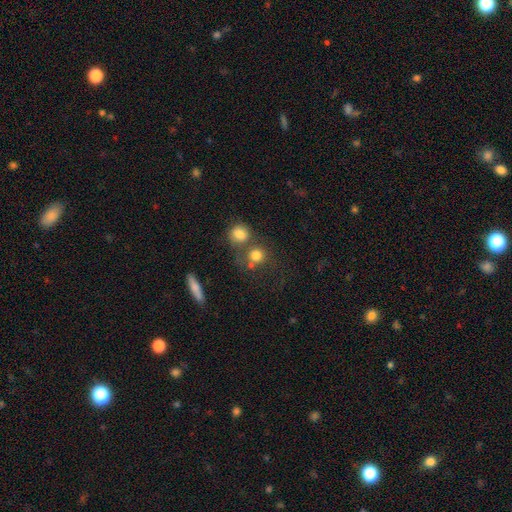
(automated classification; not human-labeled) This appears to be a smooth galaxy with no disk features (78%) that is round (86%). Merging: none (47%).